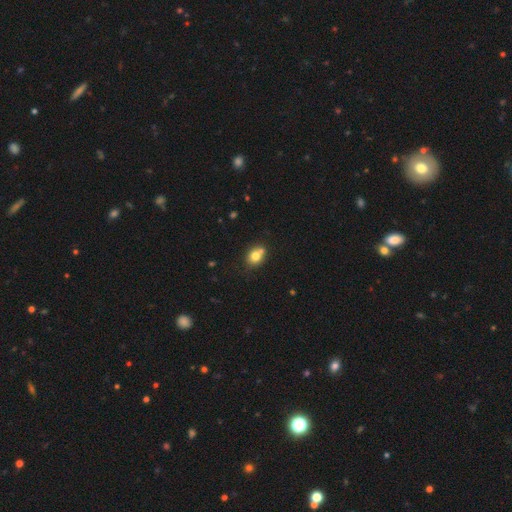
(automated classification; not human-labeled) smooth_or_featured: smooth (p=0.77) [alt: featured or disk p=0.13]
how_rounded: round (p=0.50) [alt: in between p=0.49]
merging: none (p=0.53) [alt: merger p=0.27]